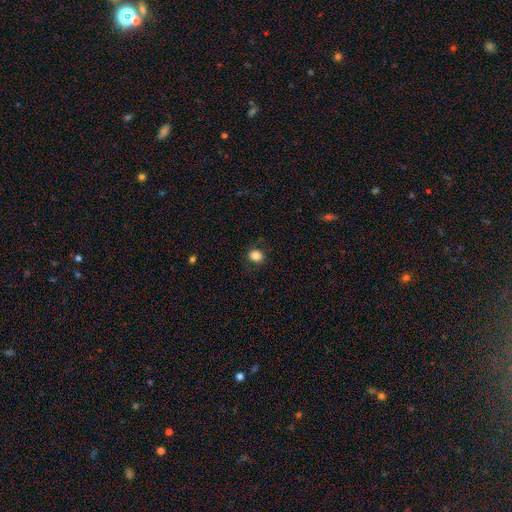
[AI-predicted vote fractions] Smooth or featured? smooth (86%)
How rounded? round (67%)
Merging? none (84%)